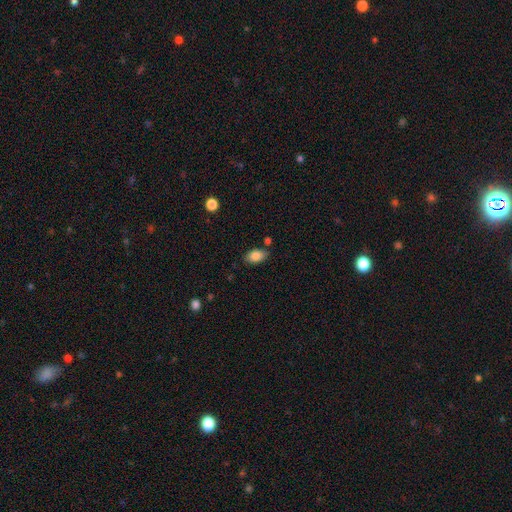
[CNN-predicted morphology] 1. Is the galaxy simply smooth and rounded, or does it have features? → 85% smooth, 8% star or artifact, 7% featured or disk.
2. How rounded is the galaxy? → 90% in between, 8% round, 2% cigar-shaped.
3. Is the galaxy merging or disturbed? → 78% none, 14% minor disturbance, 5% merger, 3% major disturbance.